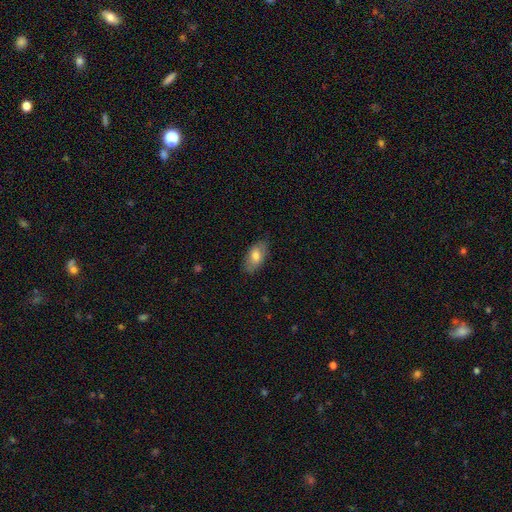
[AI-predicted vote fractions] Smooth or featured?
  - smooth: 74% *
  - featured or disk: 19%
  - star or artifact: 7%
How rounded?
  - in between: 92% *
  - round: 4%
  - cigar-shaped: 4%
Merging?
  - none: 80% *
  - minor disturbance: 15%
  - major disturbance: 3%
  - merger: 1%